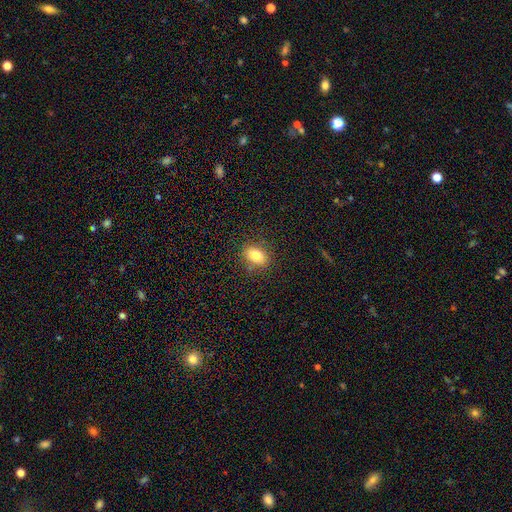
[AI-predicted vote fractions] A smooth galaxy with no disk features (81%) that is in between round and cigar-shaped (80%).

Vote fractions:
- Smooth or featured? smooth: 81% / star or artifact: 10% / featured or disk: 9%
- How rounded? in between: 80% / round: 18% / cigar-shaped: 2%
- Merging? none: 84% / minor disturbance: 11% / major disturbance: 3% / merger: 2%